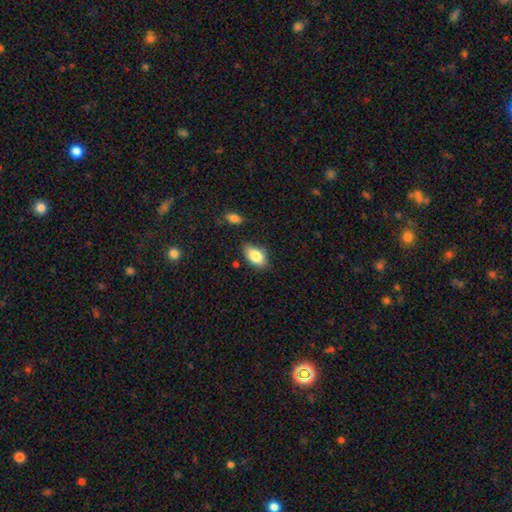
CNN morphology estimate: A smooth galaxy with no disk features (82%) that is in between round and cigar-shaped (89%). Merging: none (75%).